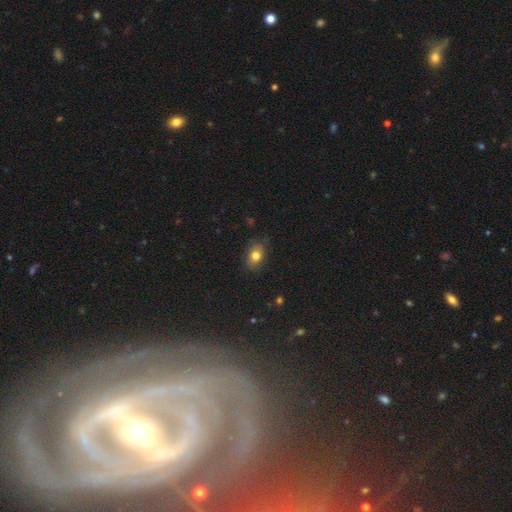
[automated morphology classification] The model was most divided on "how rounded": in between: 66%, round: 33%, cigar-shaped: 1%. More confident: smooth or featured — smooth (77%); merging — none (77%).